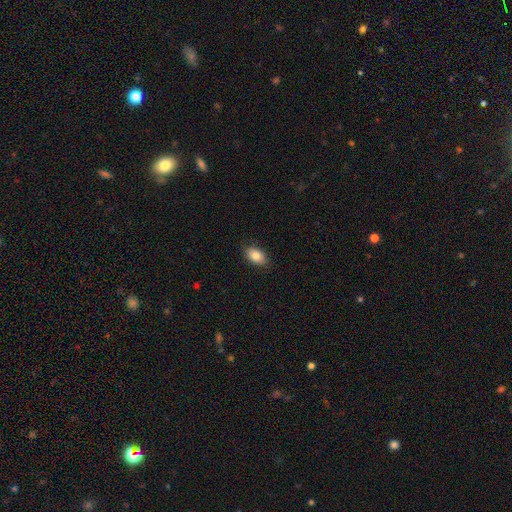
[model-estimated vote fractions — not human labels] smooth-or-featured: smooth: 83% | featured or disk: 9% | star or artifact: 8%
  how-rounded: in between: 89% | round: 9% | cigar-shaped: 2%
  merging: none: 86% | minor disturbance: 11% | major disturbance: 2% | merger: 1%